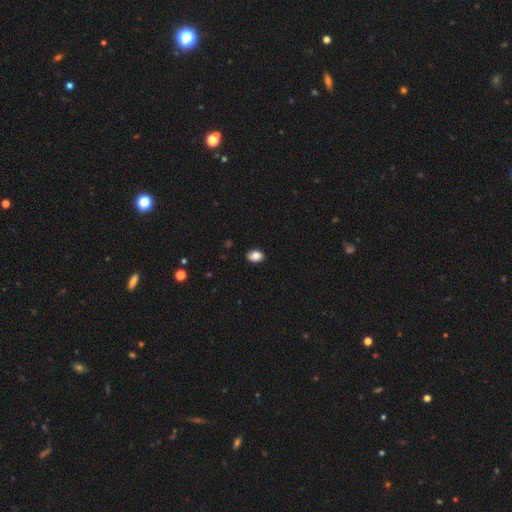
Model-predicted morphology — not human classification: This is clearly a smooth galaxy (85%). How rounded: likely in between (76%). Merging: clearly none (85%).